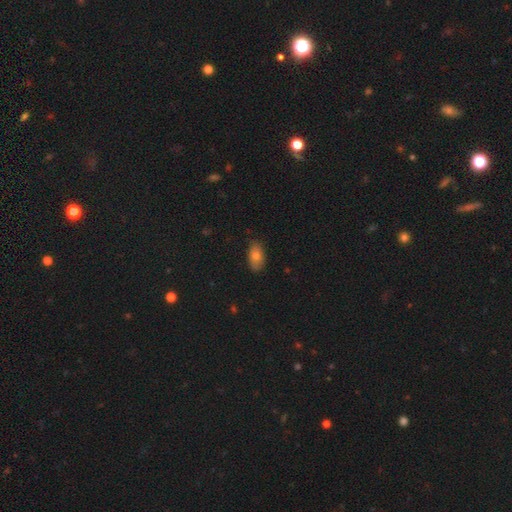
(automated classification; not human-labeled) Smooth or featured: smooth — 79% (featured or disk — 13%)
How rounded: in between — 91% (round — 5%)
Merging: none — 79% (minor disturbance — 17%)